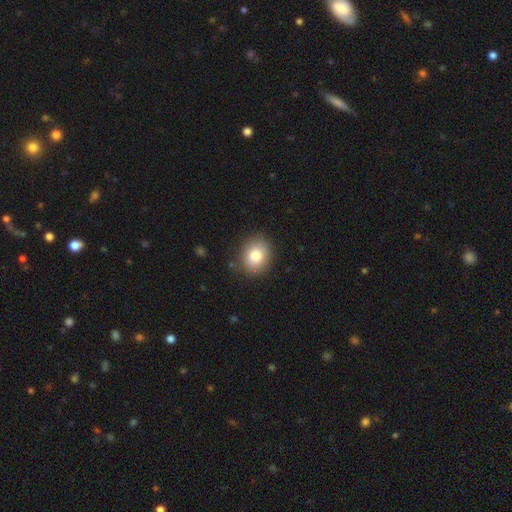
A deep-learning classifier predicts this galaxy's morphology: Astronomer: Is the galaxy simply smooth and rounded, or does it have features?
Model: smooth — 80%.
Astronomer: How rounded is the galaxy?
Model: round — 59% (runner-up: in between, 40%).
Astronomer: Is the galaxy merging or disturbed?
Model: none — 87%.